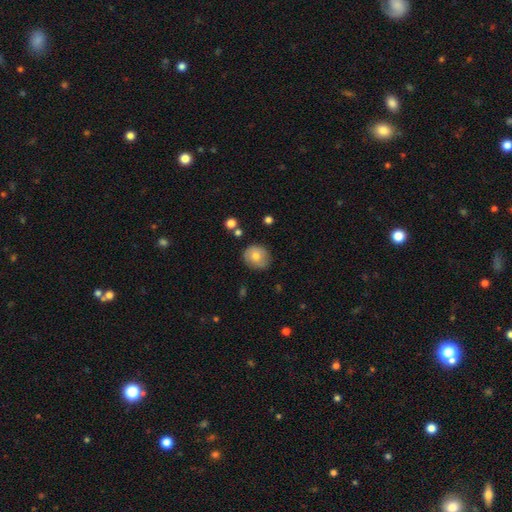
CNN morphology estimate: This appears to be a smooth galaxy with no disk features (73%) that is round (76%). Merging: none (79%).